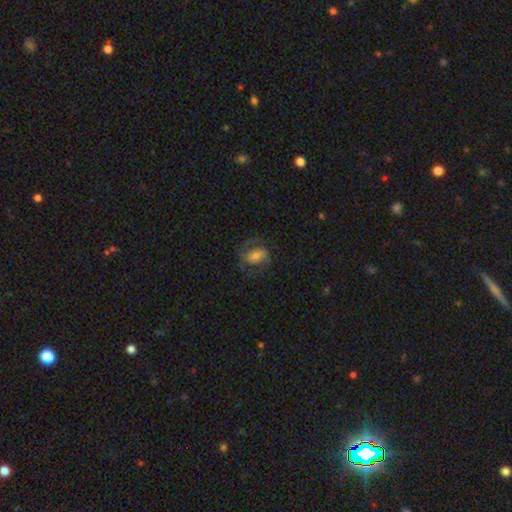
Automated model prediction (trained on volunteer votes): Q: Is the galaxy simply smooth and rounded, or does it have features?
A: featured or disk — 55%.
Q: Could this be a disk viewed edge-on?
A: no — 96%.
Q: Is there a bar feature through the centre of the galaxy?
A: weak — 41%.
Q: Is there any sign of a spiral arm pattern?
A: yes — 83%.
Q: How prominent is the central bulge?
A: moderate — 41%.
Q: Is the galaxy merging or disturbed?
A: none — 61%.